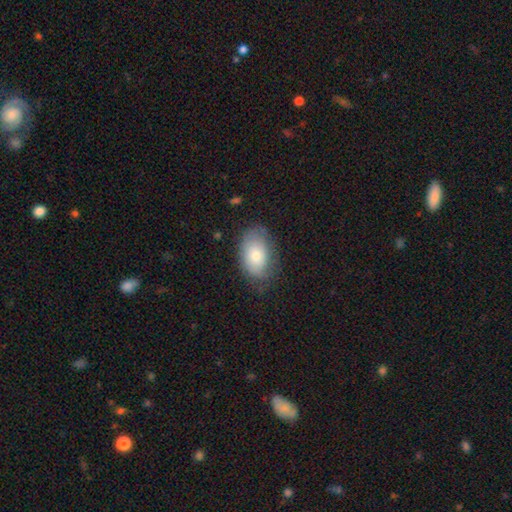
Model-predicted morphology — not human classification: This is likely a smooth galaxy (71%). How rounded: clearly in between (88%). Merging: likely none (71%).